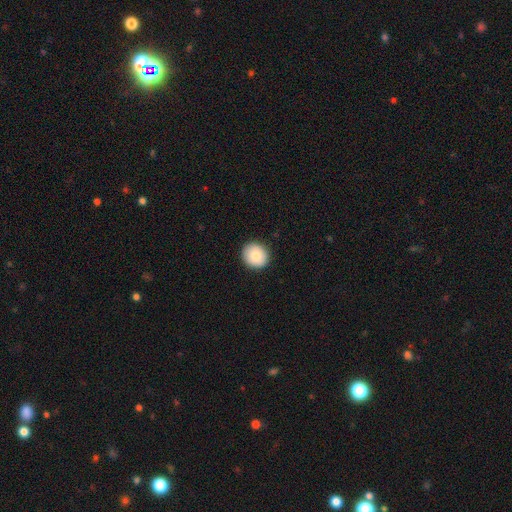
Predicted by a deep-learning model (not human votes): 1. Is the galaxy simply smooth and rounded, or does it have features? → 83% smooth, 9% featured or disk, 8% star or artifact.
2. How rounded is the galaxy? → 87% round, 13% in between, 1% cigar-shaped.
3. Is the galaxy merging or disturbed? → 91% none, 6% minor disturbance, 2% major disturbance, 1% merger.